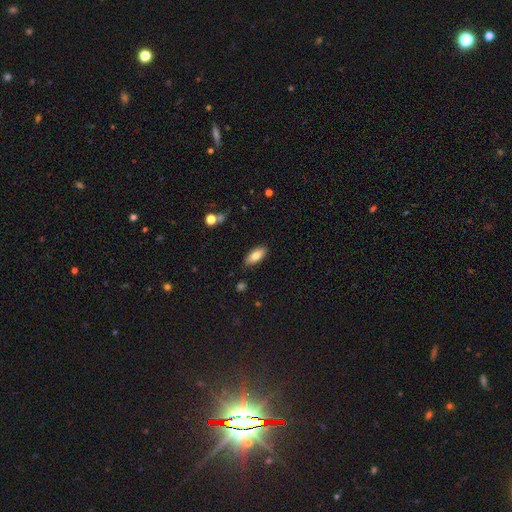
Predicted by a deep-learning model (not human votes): This is likely a smooth galaxy (79%). How rounded: clearly in between (83%). Merging: clearly none (86%).